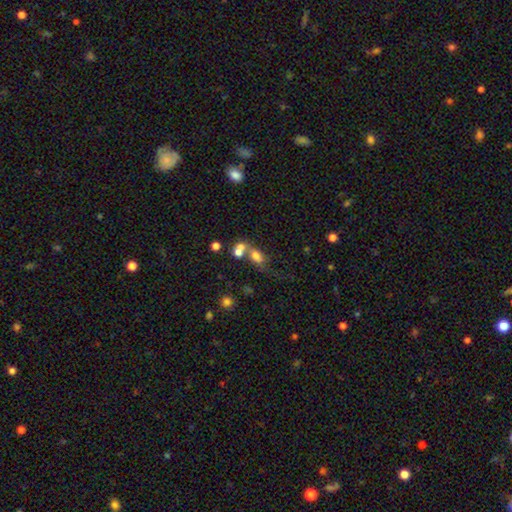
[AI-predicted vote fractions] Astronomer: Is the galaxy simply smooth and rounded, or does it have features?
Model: smooth — 68%.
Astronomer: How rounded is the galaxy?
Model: in between — 73%.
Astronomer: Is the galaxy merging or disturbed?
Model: merger — 55%.